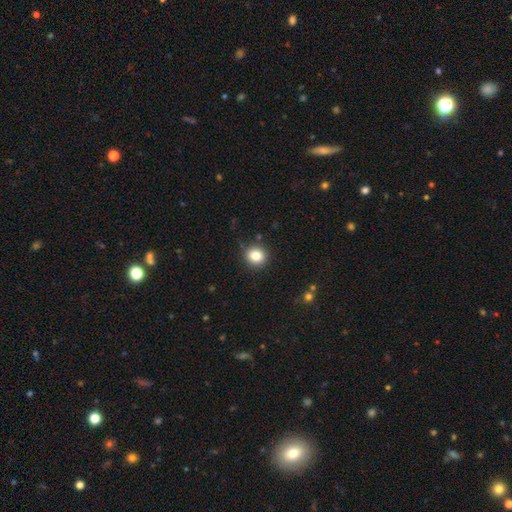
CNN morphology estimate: This is clearly a smooth galaxy (83%). How rounded: clearly round (89%). Merging: clearly none (90%).